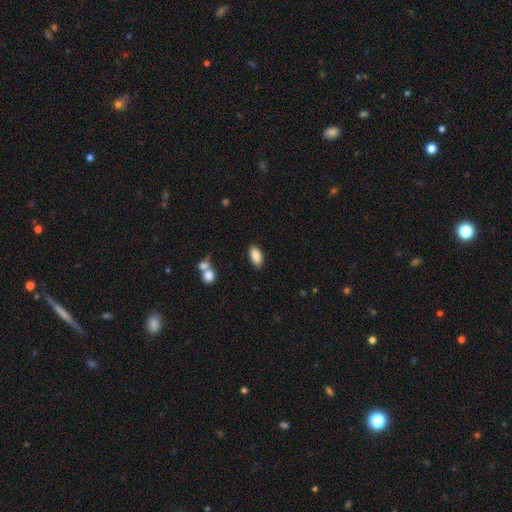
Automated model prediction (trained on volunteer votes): Smooth or featured? Predicted: smooth (p=0.87). How rounded? Predicted: in between (p=0.91). Merging? Predicted: none (p=0.85).